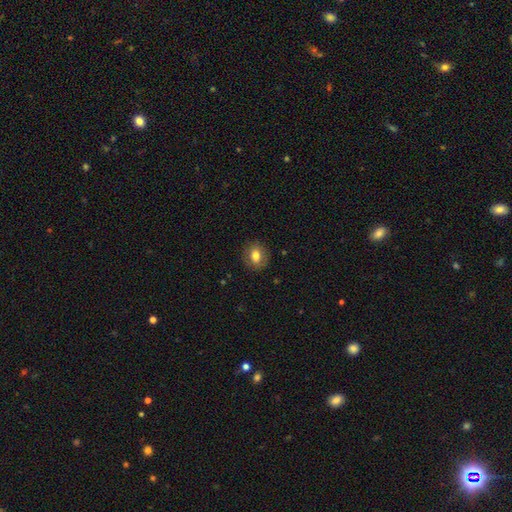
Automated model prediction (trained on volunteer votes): Overall: smooth (74%). How rounded: round (60%; in between 39%). Merging: none (86%).